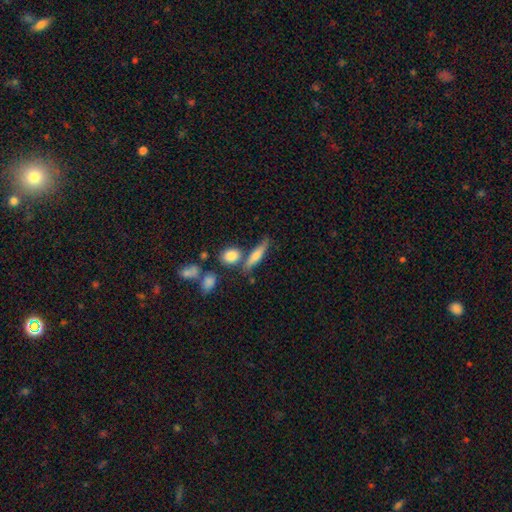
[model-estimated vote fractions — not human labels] Smooth or featured?
  - smooth: 63% *
  - featured or disk: 29%
  - star or artifact: 7%
How rounded?
  - cigar-shaped: 68% *
  - in between: 26%
  - round: 6%
Merging?
  - none: 66% *
  - merger: 15%
  - minor disturbance: 14%
  - major disturbance: 5%